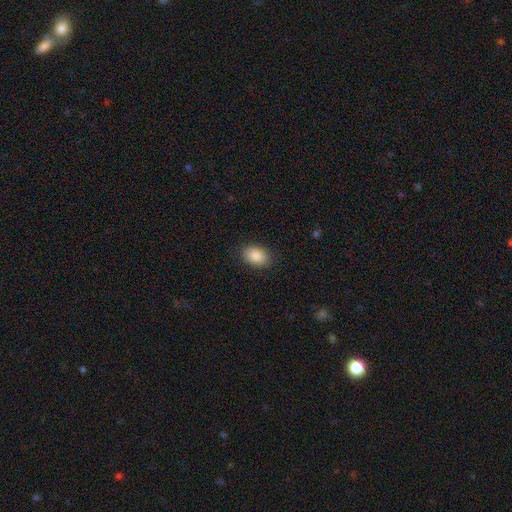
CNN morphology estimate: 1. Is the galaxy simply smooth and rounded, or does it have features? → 87% smooth, 8% star or artifact, 5% featured or disk.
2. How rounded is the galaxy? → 81% in between, 18% round, 1% cigar-shaped.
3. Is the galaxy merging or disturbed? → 87% none, 9% minor disturbance, 2% major disturbance, 1% merger.